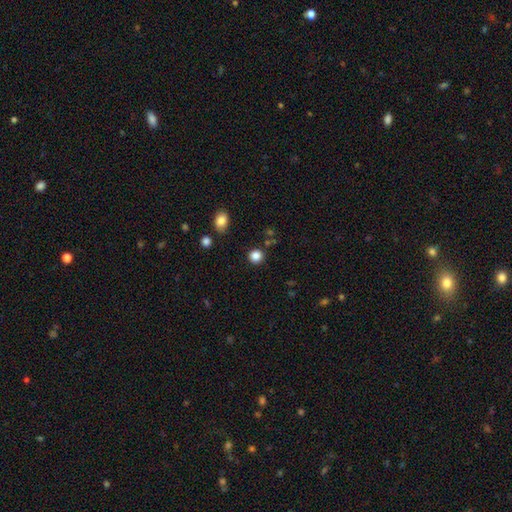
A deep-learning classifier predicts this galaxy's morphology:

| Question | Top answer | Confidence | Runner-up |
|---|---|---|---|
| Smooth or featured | smooth | 85% | star or artifact (11%) |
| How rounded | round | 91% | in between (8%) |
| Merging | none | 88% | minor disturbance (7%) |